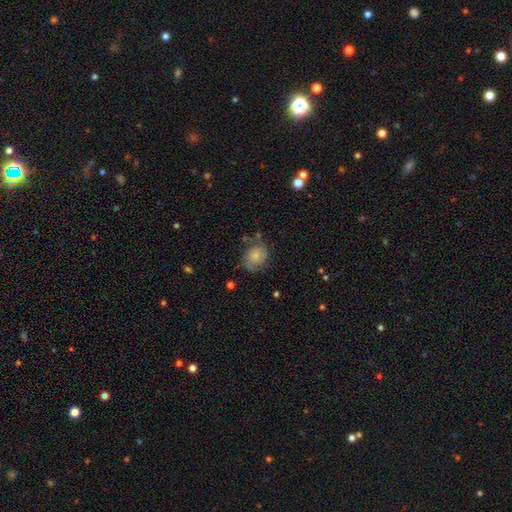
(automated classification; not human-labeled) smooth_or_featured: smooth (p=0.53) [alt: featured or disk p=0.38]
how_rounded: round (p=0.53) [alt: in between p=0.45]
merging: none (p=0.58) [alt: minor disturbance p=0.26]